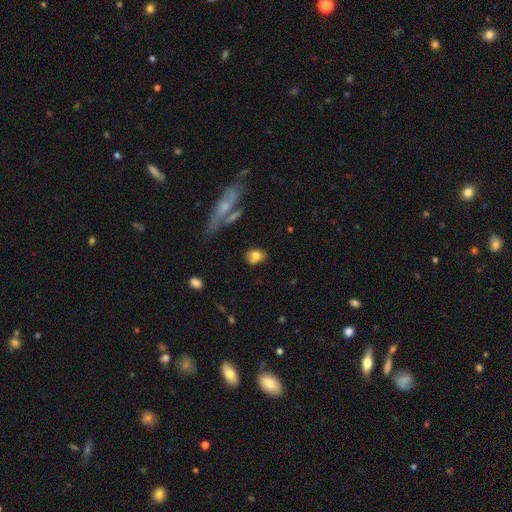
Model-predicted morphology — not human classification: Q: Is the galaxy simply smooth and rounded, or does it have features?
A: smooth — 73%.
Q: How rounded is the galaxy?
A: in between — 57%.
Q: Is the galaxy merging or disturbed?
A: none — 60%.